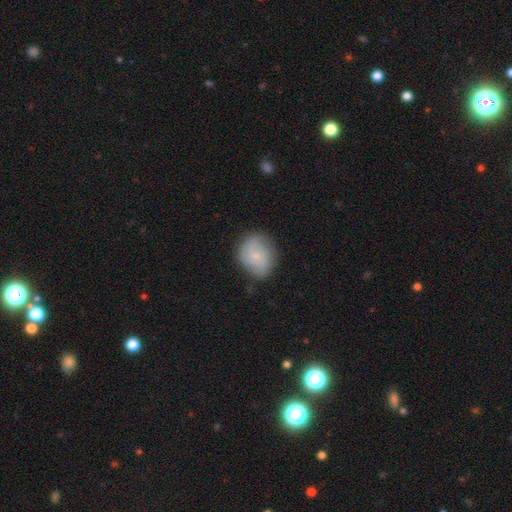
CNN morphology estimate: A smooth galaxy with no disk features (63%) that is round (59%).

Vote fractions:
- Smooth or featured? smooth: 63% / featured or disk: 29% / star or artifact: 8%
- How rounded? round: 59% / in between: 40% / cigar-shaped: 1%
- Merging? none: 65% / minor disturbance: 26% / major disturbance: 7% / merger: 2%